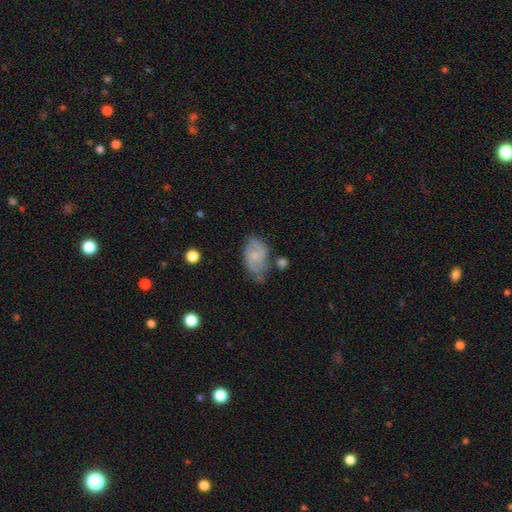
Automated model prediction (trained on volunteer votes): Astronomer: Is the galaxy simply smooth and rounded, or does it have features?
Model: featured or disk — 65%.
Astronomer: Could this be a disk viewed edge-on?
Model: no — 97%.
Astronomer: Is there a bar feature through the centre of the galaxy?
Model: no — 57% (runner-up: weak, 37%).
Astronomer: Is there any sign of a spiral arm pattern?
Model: yes — 87%.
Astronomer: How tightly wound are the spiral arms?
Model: medium — 47% (runner-up: tight, 32%).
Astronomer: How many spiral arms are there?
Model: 2 — 73%.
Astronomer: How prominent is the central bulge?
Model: small — 54%.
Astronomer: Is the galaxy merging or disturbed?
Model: none — 55%.